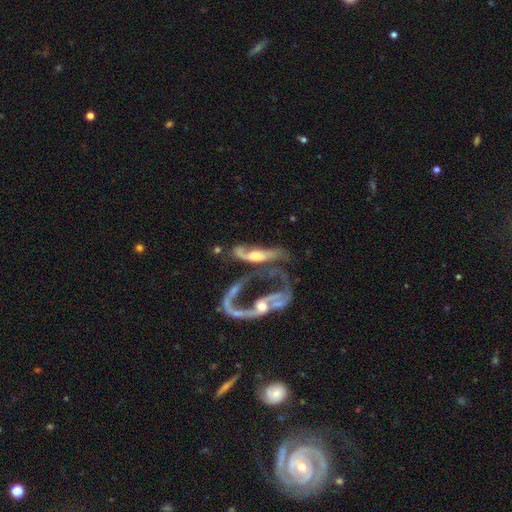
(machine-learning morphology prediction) Overall: featured or disk (72%). Edge-on disk: no (83%). Bar: no (66%). Spiral arms: yes (64%; no 36%). Bulge size: moderate (47%; small 30%). Merging: merger (53%; major disturbance 26%).